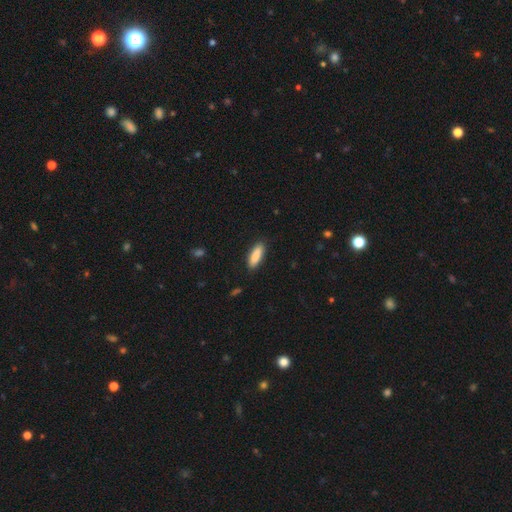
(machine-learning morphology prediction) This appears to be a smooth galaxy with no disk features (88%) that is in between round and cigar-shaped (56%). Merging: none (87%).